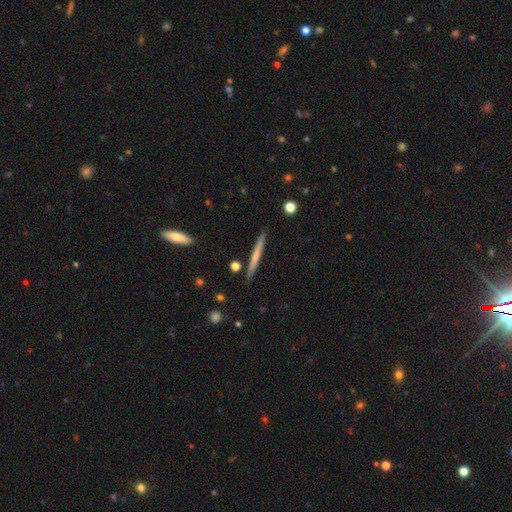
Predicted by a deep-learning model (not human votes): This is possibly a smooth galaxy (51%). How rounded: clearly cigar-shaped (96%). Merging: clearly none (89%).